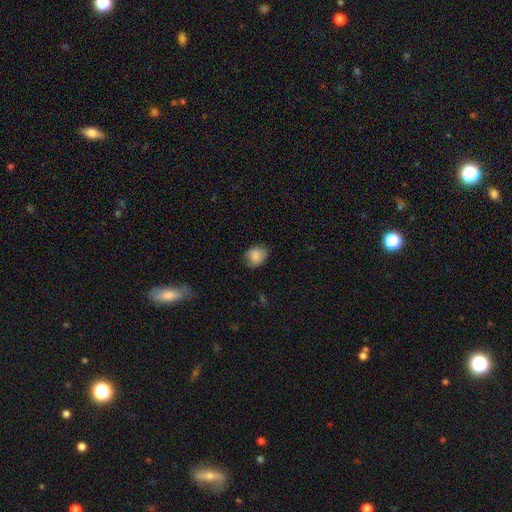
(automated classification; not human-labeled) Smooth or featured: smooth — 85% (star or artifact — 8%)
How rounded: round — 53% (in between — 46%)
Merging: none — 75% (minor disturbance — 20%)